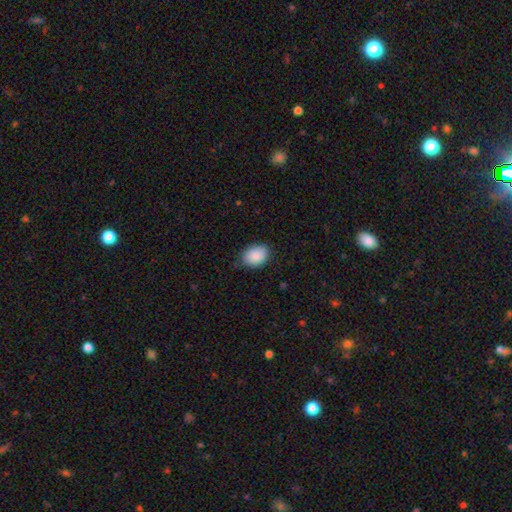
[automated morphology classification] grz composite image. It shows a smooth galaxy with no disk features (89%) that is in between round and cigar-shaped (69%). Merging: none (79%).